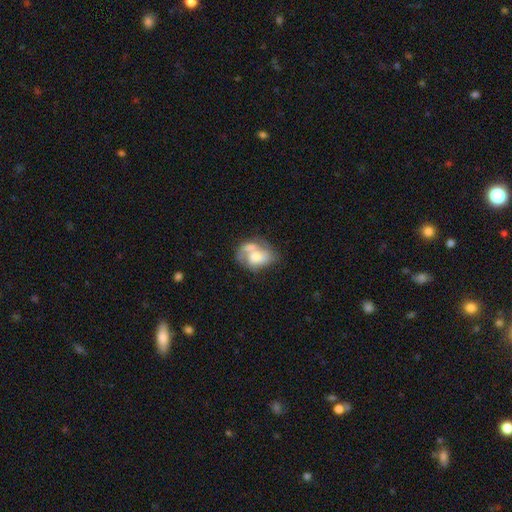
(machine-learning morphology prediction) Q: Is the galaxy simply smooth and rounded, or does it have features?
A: featured or disk — 50%.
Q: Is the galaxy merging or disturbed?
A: none — 32%.